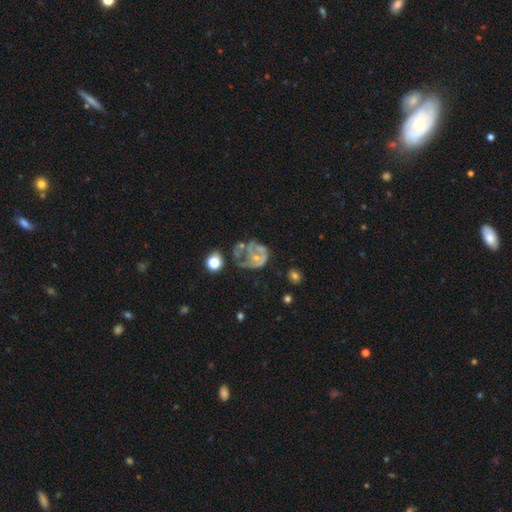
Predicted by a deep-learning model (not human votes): Smooth or featured? Predicted: featured or disk (p=0.66). Edge-on disk? Predicted: no (p=0.98). Bar? Predicted: no (p=0.80). Spiral arms? Predicted: no (p=0.51). Bulge size? Predicted: small (p=0.53). Merging? Predicted: major disturbance (p=0.42).